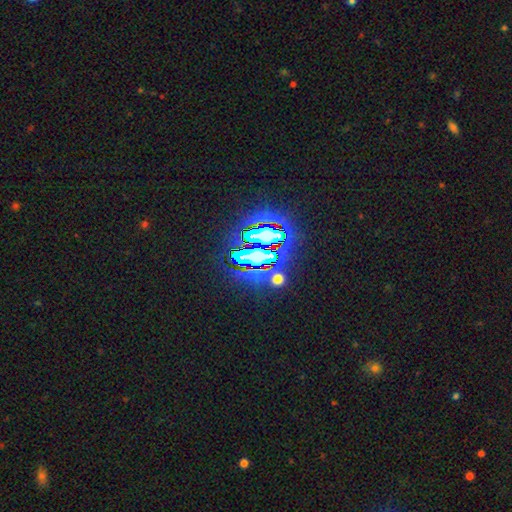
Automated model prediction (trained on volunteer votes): A star or artifact, not a galaxy (74%).